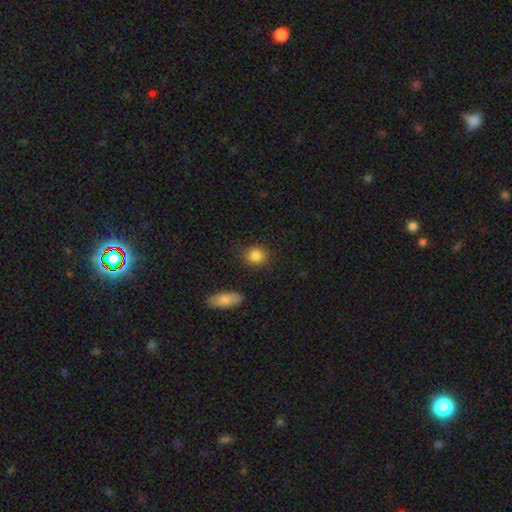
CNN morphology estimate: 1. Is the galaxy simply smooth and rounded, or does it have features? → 86% smooth, 9% star or artifact, 5% featured or disk.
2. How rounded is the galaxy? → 71% round, 27% in between, 2% cigar-shaped.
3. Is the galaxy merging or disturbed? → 85% none, 9% minor disturbance, 3% major disturbance, 3% merger.